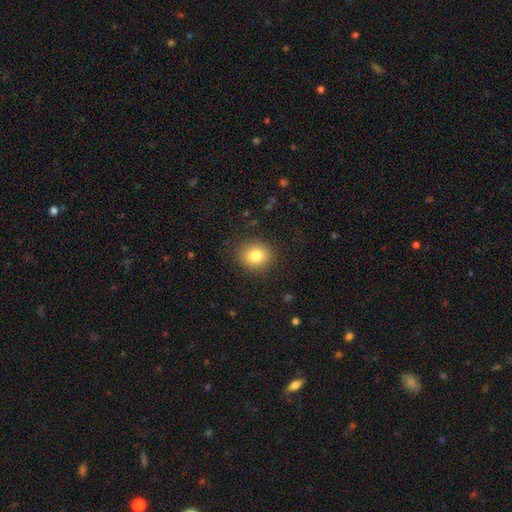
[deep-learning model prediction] smooth_or_featured: smooth (p=0.81) [alt: star or artifact p=0.10]
how_rounded: round (p=0.75) [alt: in between p=0.24]
merging: none (p=0.87) [alt: minor disturbance p=0.09]